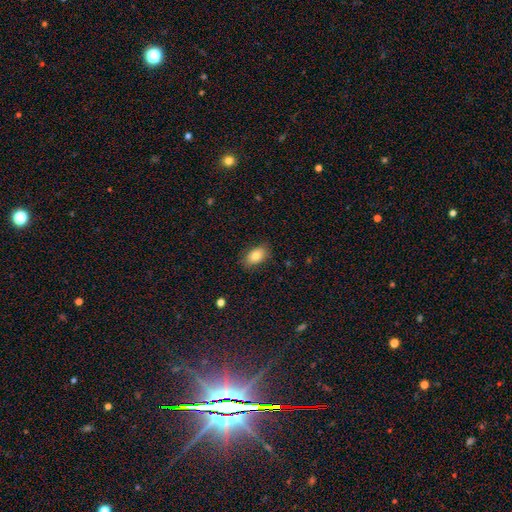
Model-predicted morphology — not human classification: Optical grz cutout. It shows a smooth galaxy with no disk features (82%) that is in between round and cigar-shaped (89%). Merging: none (85%).